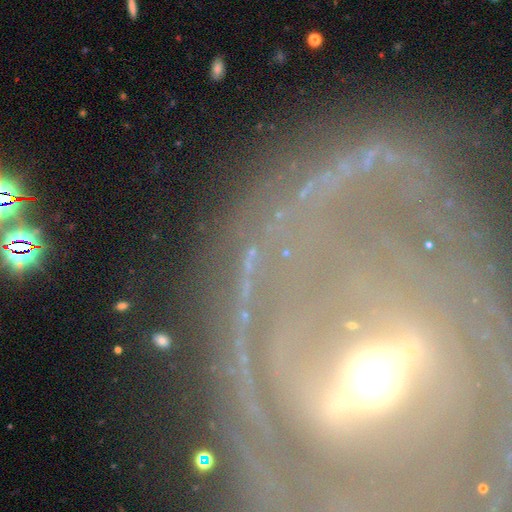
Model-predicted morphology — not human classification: Smooth or featured? Predicted: featured or disk (p=0.79). Edge-on disk? Predicted: no (p=0.79). Bar? Predicted: strong (p=0.55). Spiral arms? Predicted: yes (p=0.63). Bulge size? Predicted: moderate (p=0.66). Merging? Predicted: none (p=0.74).